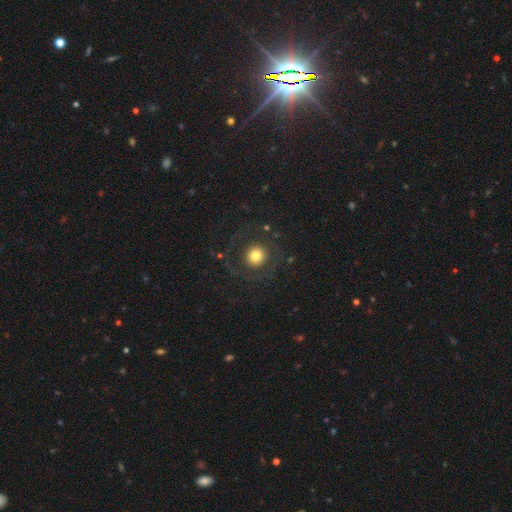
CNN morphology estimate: Smooth or featured? smooth (60%)
How rounded? round (93%)
Merging? none (74%)